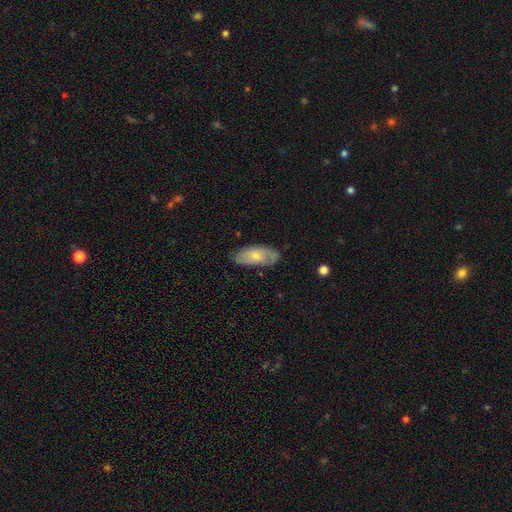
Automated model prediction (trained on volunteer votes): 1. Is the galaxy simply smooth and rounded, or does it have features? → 64% smooth, 30% featured or disk, 6% star or artifact.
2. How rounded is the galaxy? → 87% in between, 10% cigar-shaped, 2% round.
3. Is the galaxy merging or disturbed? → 69% none, 24% minor disturbance, 5% major disturbance, 2% merger.